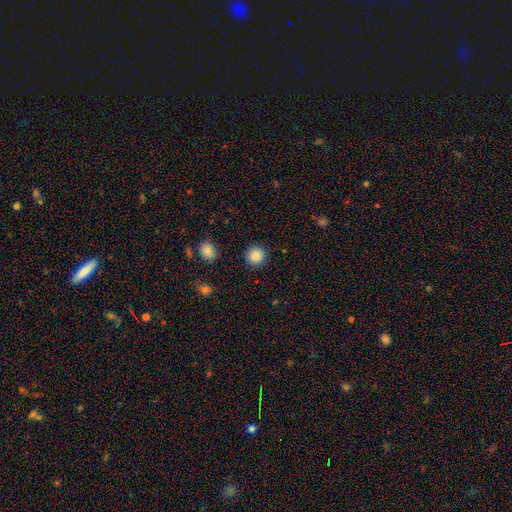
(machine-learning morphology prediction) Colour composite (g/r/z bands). It shows a smooth galaxy with no disk features (87%) that is round (94%). Merging: none (90%).